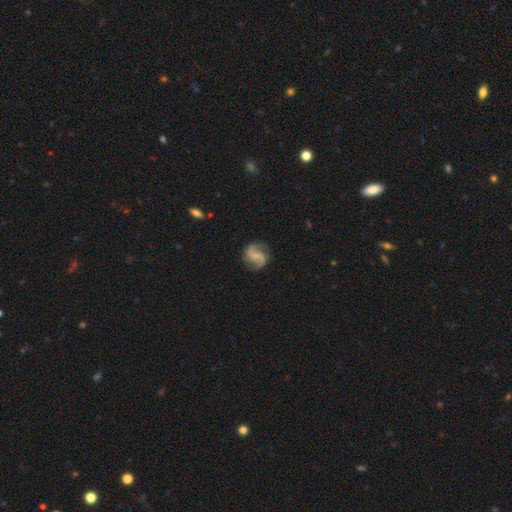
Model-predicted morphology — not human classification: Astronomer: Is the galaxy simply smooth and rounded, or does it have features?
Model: featured or disk — 89%.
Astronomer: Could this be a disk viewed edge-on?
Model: no — 98%.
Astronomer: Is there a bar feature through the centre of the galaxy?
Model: no — 43%, tied with weak at 43%.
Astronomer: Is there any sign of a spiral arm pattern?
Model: yes — 98%.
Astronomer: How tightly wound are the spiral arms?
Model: medium — 52% (runner-up: loose, 35%).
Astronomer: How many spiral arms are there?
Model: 2 — 93%.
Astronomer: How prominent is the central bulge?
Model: small — 58%.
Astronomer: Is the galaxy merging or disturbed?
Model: none — 83%.